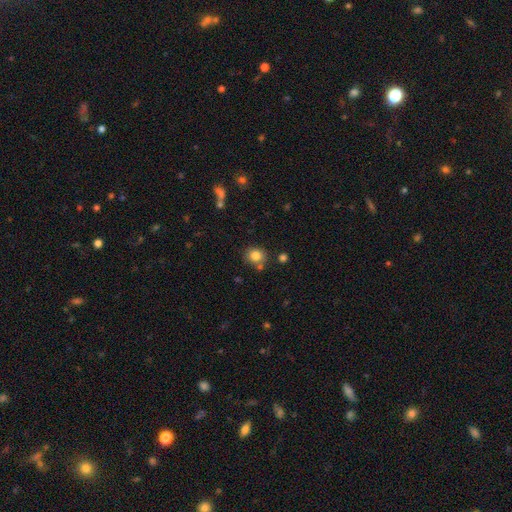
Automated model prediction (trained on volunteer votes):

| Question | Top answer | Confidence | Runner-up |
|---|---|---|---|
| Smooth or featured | smooth | 82% | star or artifact (11%) |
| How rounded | round | 80% | in between (19%) |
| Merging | none | 73% | minor disturbance (12%) |